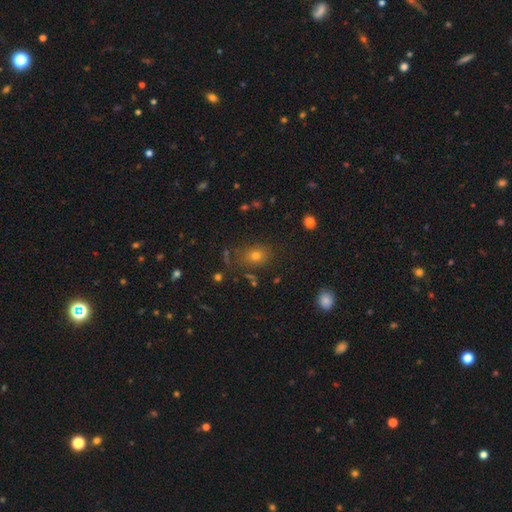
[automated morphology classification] smooth-or-featured: smooth: 69% | star or artifact: 21% | featured or disk: 10%
  how-rounded: round: 53% | in between: 46% | cigar-shaped: 1%
  merging: none: 79% | minor disturbance: 13% | major disturbance: 4% | merger: 4%